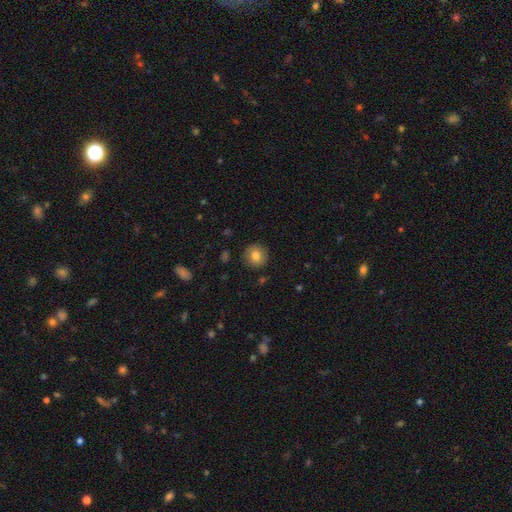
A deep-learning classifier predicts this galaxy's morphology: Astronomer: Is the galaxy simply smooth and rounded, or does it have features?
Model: smooth — 80%.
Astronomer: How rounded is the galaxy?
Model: round — 93%.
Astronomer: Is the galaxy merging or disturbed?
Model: none — 89%.